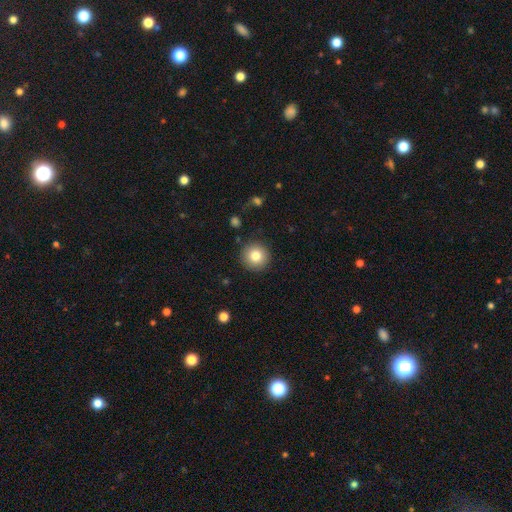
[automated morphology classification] Smooth or featured? smooth (80%)
How rounded? round (95%)
Merging? none (91%)